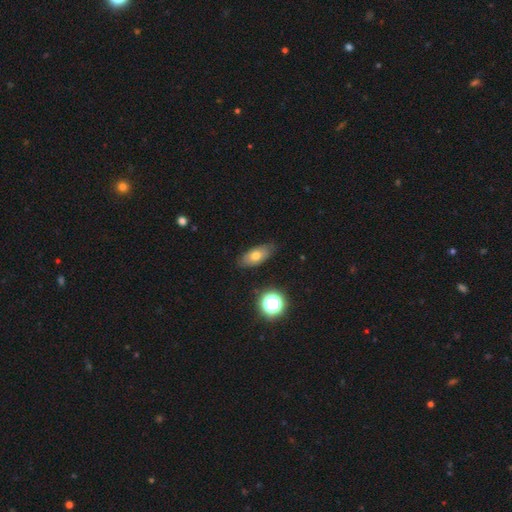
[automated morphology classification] A smooth galaxy with no disk features (66%) that is in between round and cigar-shaped (86%).

Vote fractions:
- Smooth or featured? smooth: 66% / featured or disk: 23% / star or artifact: 11%
- How rounded? in between: 86% / round: 7% / cigar-shaped: 7%
- Merging? none: 79% / minor disturbance: 16% / major disturbance: 3% / merger: 2%